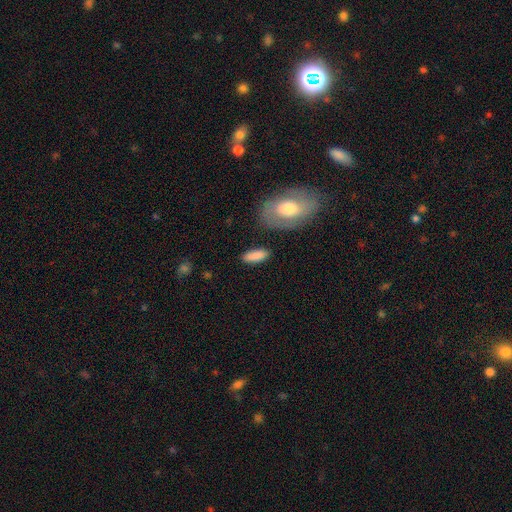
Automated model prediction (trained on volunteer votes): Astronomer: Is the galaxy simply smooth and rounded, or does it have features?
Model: smooth — 86%.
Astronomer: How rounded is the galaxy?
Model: in between — 67%.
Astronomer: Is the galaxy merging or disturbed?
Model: none — 83%.